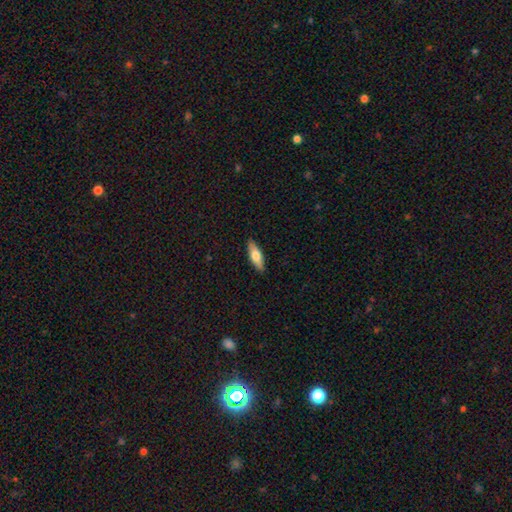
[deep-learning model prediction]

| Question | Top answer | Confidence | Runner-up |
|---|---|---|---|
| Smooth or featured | smooth | 66% | featured or disk (28%) |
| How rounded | in between | 53% | cigar-shaped (44%) |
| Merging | none | 90% | minor disturbance (8%) |